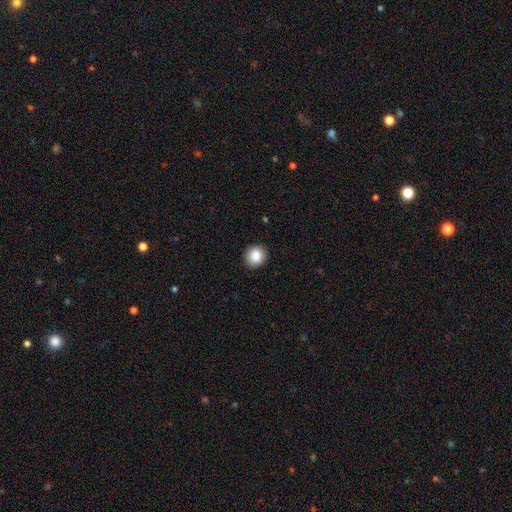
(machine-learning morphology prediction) Overall: smooth (87%). How rounded: round (82%). Merging: none (90%).